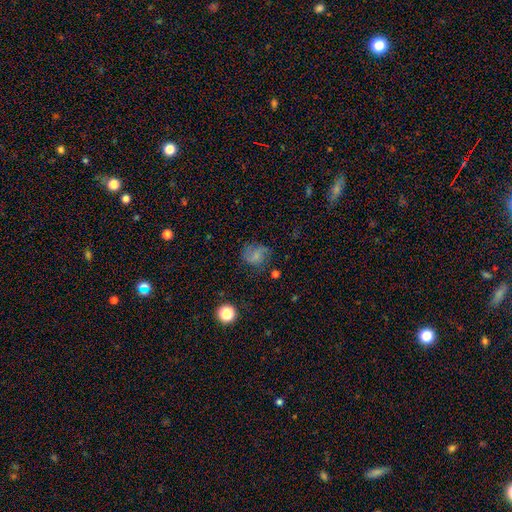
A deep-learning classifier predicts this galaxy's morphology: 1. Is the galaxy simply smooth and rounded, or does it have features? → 61% smooth, 24% featured or disk, 15% star or artifact.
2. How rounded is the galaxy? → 66% round, 33% in between, 1% cigar-shaped.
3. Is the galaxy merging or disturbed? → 58% none, 24% minor disturbance, 15% major disturbance, 3% merger.